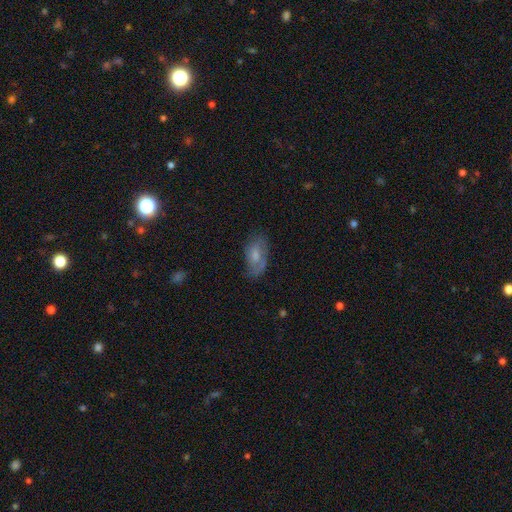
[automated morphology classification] Smooth or featured: smooth — 57% (featured or disk — 35%)
How rounded: in between — 91% (cigar-shaped — 5%)
Merging: none — 62% (minor disturbance — 26%)